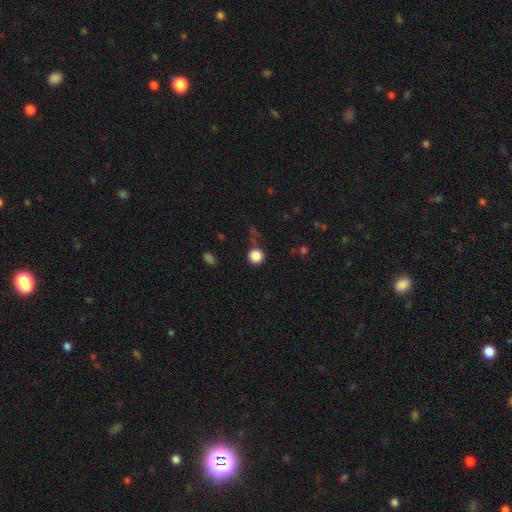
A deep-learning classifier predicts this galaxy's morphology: type=smooth (86%); roundness=round (94%); merging=none (76%).